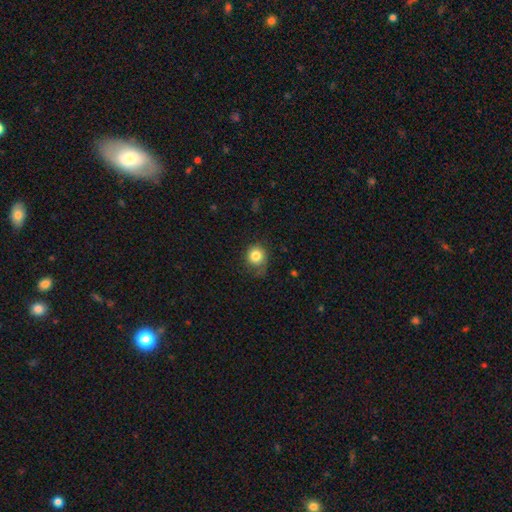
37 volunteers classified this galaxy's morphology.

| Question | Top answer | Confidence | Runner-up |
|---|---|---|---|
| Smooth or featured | smooth | 95% | featured or disk (5%) |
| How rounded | round | 86% | in between (14%) |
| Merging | none | 46% | minor disturbance (41%) |